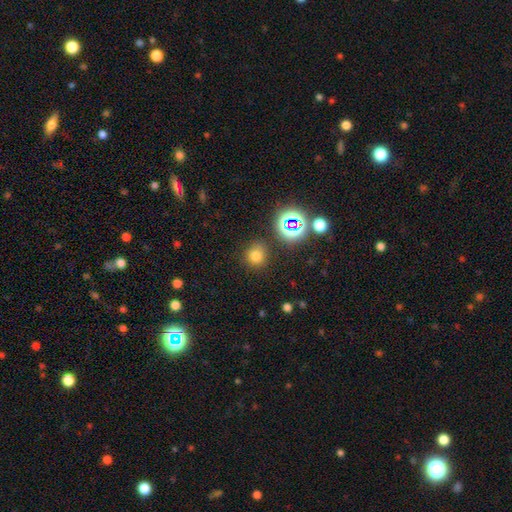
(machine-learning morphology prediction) Smooth or featured: smooth — 71% (star or artifact — 22%)
How rounded: round — 85% (in between — 14%)
Merging: none — 81% (minor disturbance — 11%)